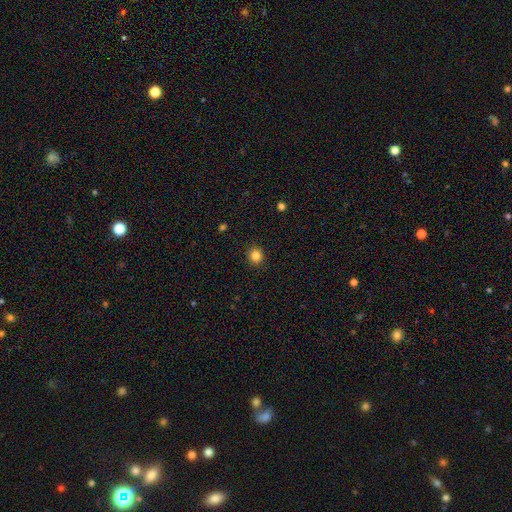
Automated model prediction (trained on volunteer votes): Q: Smooth or featured?
A: smooth (84%); runner-up: star or artifact (12%)
Q: How rounded?
A: round (89%); runner-up: in between (10%)
Q: Merging?
A: none (91%); runner-up: minor disturbance (6%)